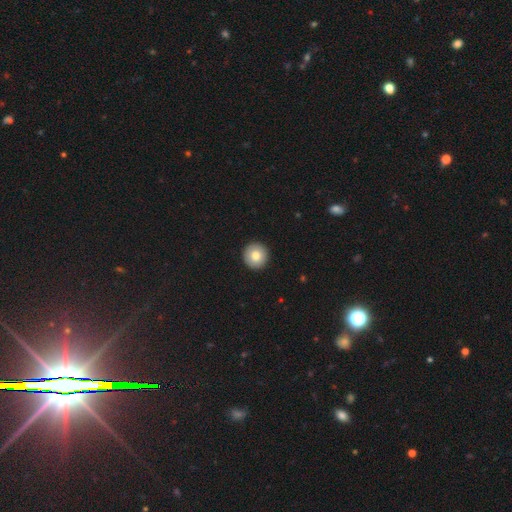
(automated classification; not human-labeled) Smooth or featured?
  - smooth: 82% *
  - featured or disk: 11%
  - star or artifact: 8%
How rounded?
  - round: 96% *
  - in between: 3%
  - cigar-shaped: 1%
Merging?
  - none: 94% *
  - minor disturbance: 4%
  - major disturbance: 1%
  - merger: 1%